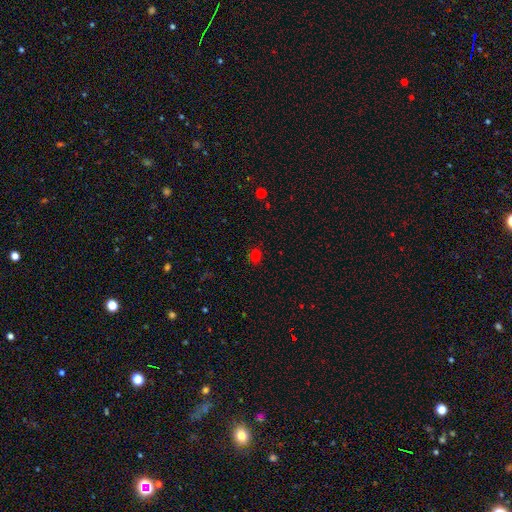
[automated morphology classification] Smooth or featured? Predicted: smooth (p=0.74). How rounded? Predicted: round (p=0.70). Merging? Predicted: none (p=0.86).